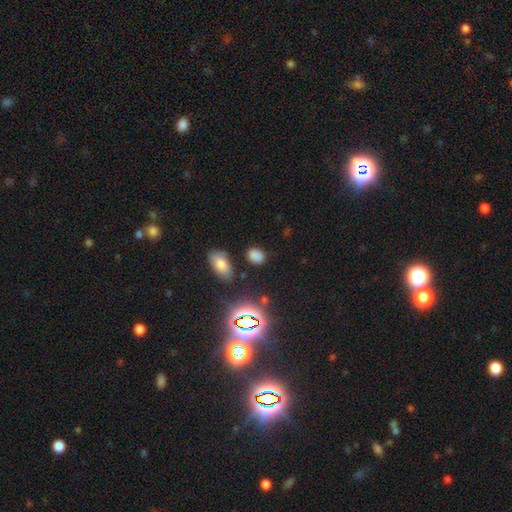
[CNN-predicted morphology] This appears to be a smooth galaxy with no disk features (70%) that is in between round and cigar-shaped (65%). Merging: none (77%).